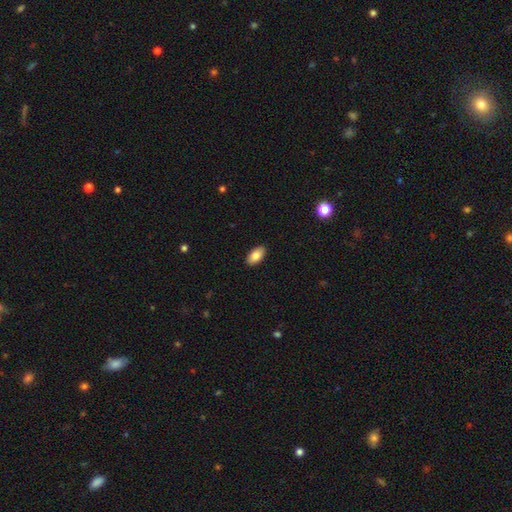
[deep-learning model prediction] Morphology: type=smooth (83%); roundness=in between (94%); merging=none (90%).